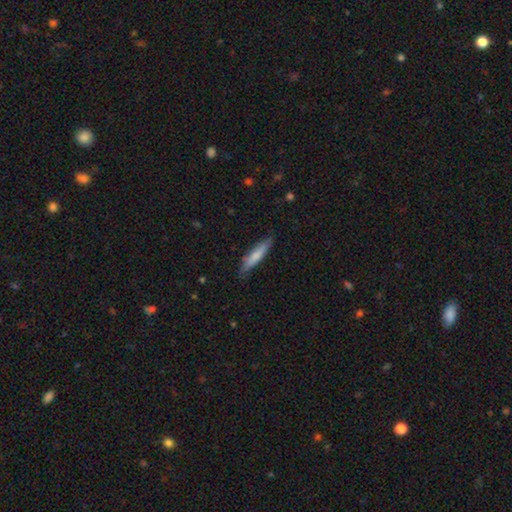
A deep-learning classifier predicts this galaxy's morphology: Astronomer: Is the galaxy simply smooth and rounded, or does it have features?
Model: smooth — 73%.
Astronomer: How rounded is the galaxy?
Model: cigar-shaped — 85%.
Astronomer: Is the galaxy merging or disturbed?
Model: none — 82%.